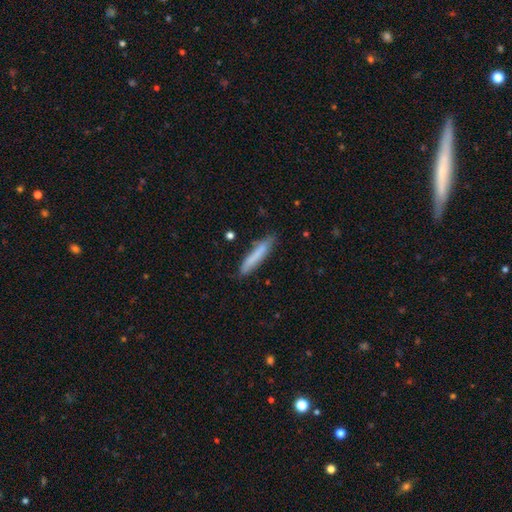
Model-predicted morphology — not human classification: smooth-or-featured: smooth: 76% | featured or disk: 17% | star or artifact: 6%
  how-rounded: cigar-shaped: 91% | in between: 8% | round: 1%
  merging: none: 79% | minor disturbance: 16% | major disturbance: 3% | merger: 2%